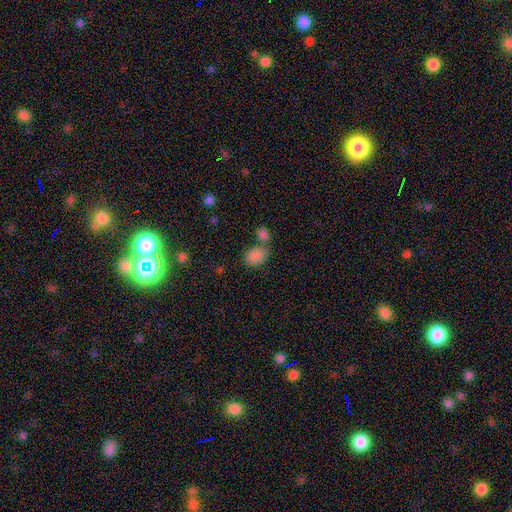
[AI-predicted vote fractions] smooth-or-featured: smooth: 86% | star or artifact: 10% | featured or disk: 5%
  how-rounded: in between: 78% | round: 20% | cigar-shaped: 1%
  merging: none: 55% | merger: 27% | minor disturbance: 13% | major disturbance: 5%